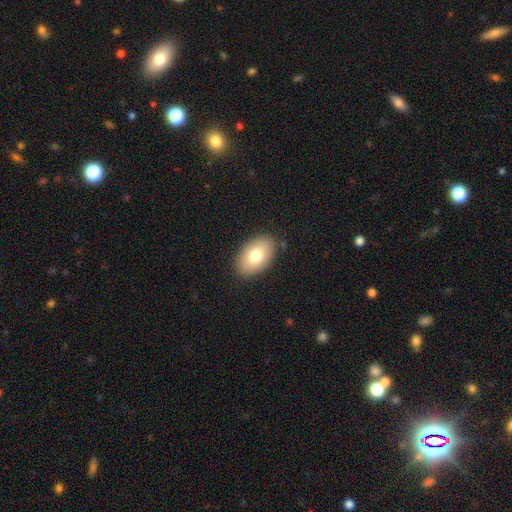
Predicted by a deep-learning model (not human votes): Overall: smooth (78%). How rounded: in between (92%). Merging: none (86%).